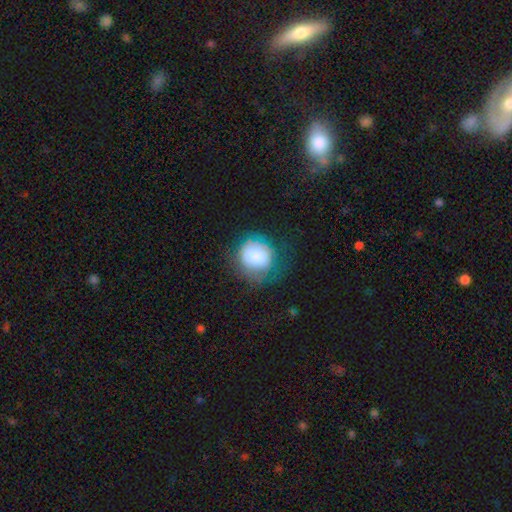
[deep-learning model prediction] Smooth or featured?
  - smooth: 67% *
  - featured or disk: 24%
  - star or artifact: 9%
How rounded?
  - round: 85% *
  - in between: 14%
  - cigar-shaped: 1%
Merging?
  - none: 51% *
  - minor disturbance: 25%
  - major disturbance: 21%
  - merger: 2%